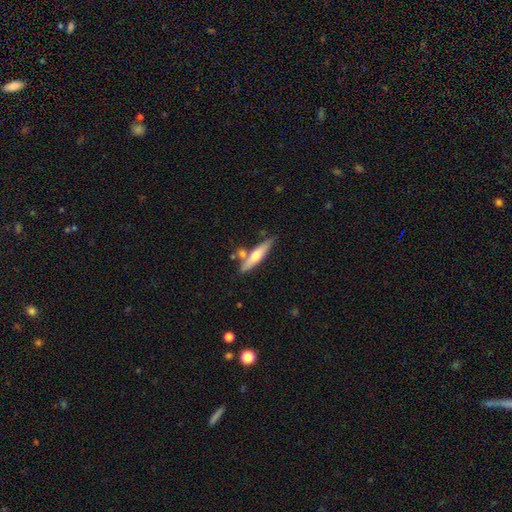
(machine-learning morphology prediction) Smooth or featured? smooth (49%)
Merging? none (70%)